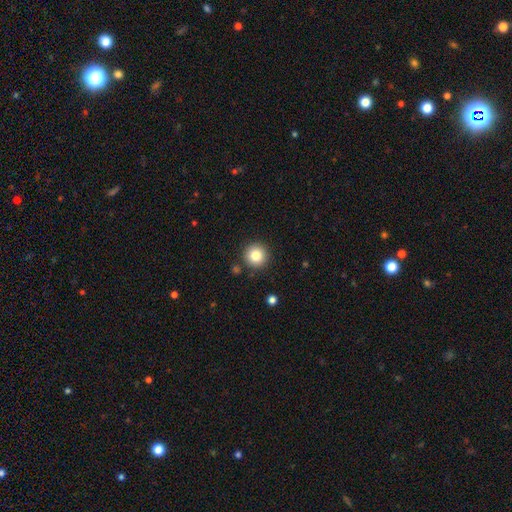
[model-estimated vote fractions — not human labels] smooth_or_featured: smooth (p=0.84) [alt: star or artifact p=0.10]
how_rounded: round (p=0.95) [alt: in between p=0.04]
merging: none (p=0.89) [alt: minor disturbance p=0.06]